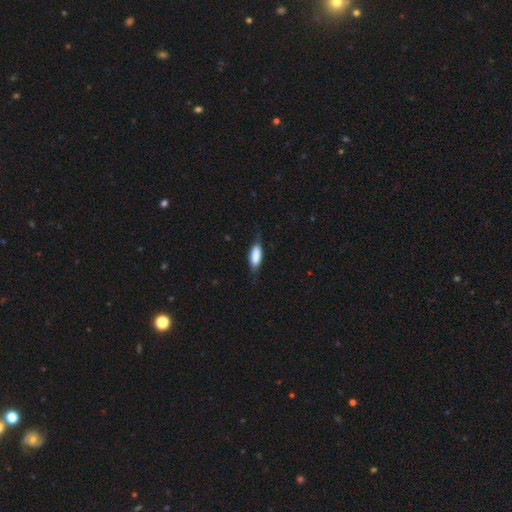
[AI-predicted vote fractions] A smooth galaxy with no disk features (79%) that is in between round and cigar-shaped (64%).

Vote fractions:
- Smooth or featured? smooth: 79% / featured or disk: 14% / star or artifact: 6%
- How rounded? in between: 64% / cigar-shaped: 34% / round: 2%
- Merging? none: 70% / minor disturbance: 23% / major disturbance: 6% / merger: 1%